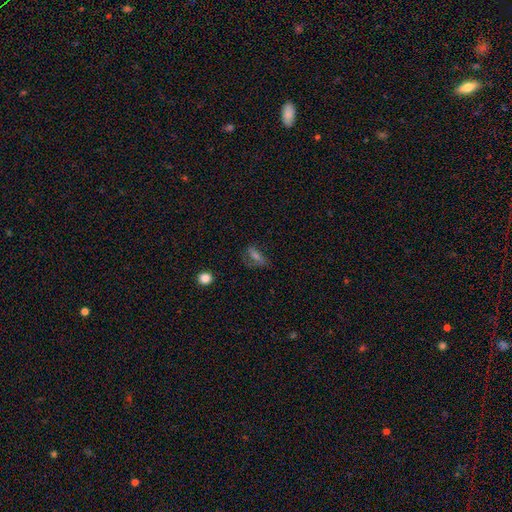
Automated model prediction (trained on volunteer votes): Smooth or featured?
  - smooth: 39% *
  - featured or disk: 38%
  - star or artifact: 22%
Merging?
  - none: 60% *
  - minor disturbance: 21%
  - major disturbance: 16%
  - merger: 3%